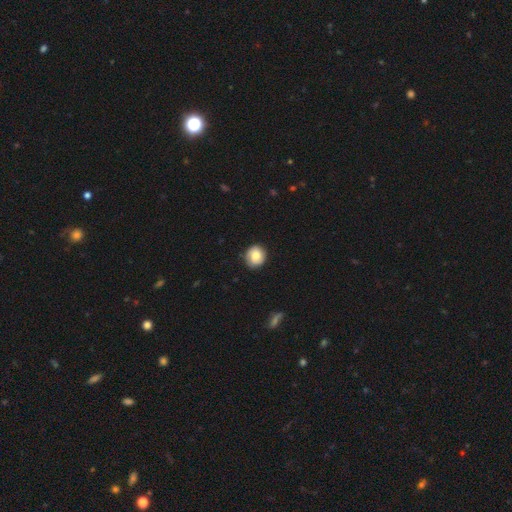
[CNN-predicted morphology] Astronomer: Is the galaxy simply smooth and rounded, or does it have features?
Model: smooth — 75%.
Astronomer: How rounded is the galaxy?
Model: round — 83%.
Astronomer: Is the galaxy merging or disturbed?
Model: none — 83%.